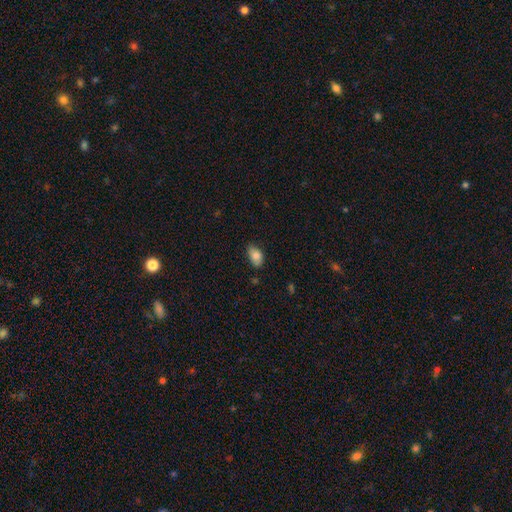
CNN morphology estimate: Smooth or featured: smooth — 81% (featured or disk — 11%)
How rounded: in between — 90% (round — 8%)
Merging: none — 72% (minor disturbance — 23%)